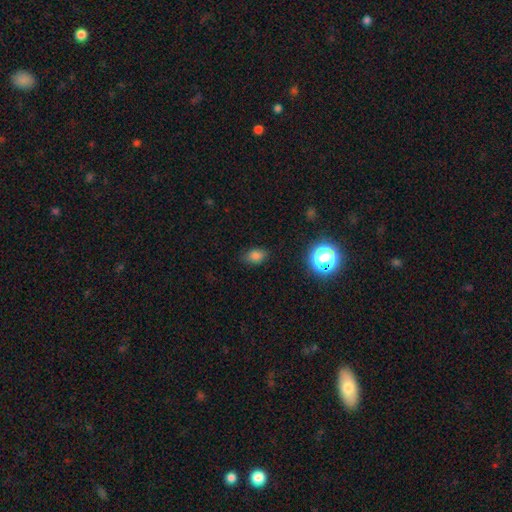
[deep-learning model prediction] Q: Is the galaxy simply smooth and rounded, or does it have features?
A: smooth — 76%.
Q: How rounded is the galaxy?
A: in between — 78%.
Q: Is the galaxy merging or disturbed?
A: none — 80%.